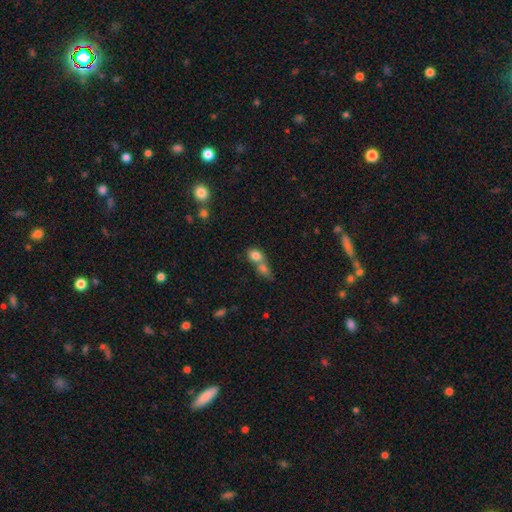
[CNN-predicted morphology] A smooth galaxy with no disk features (79%) that is in between round and cigar-shaped (64%). Merging: merger (67%).